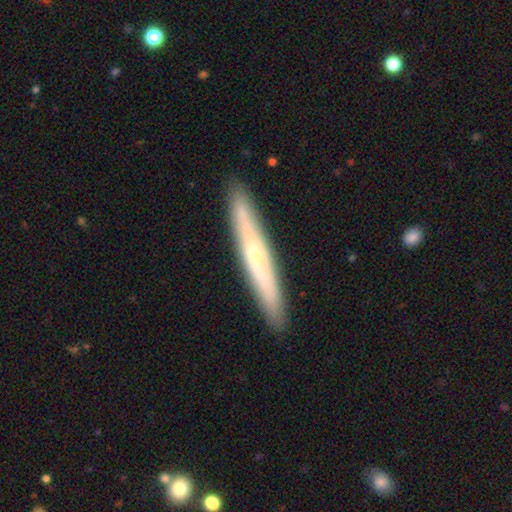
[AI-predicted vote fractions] Smooth or featured: featured or disk — 56% (smooth — 38%)
Edge-on disk: yes — 89% (no — 11%)
Edge-on bulge: rounded — 50% (none — 45%)
Merging: none — 91% (minor disturbance — 7%)